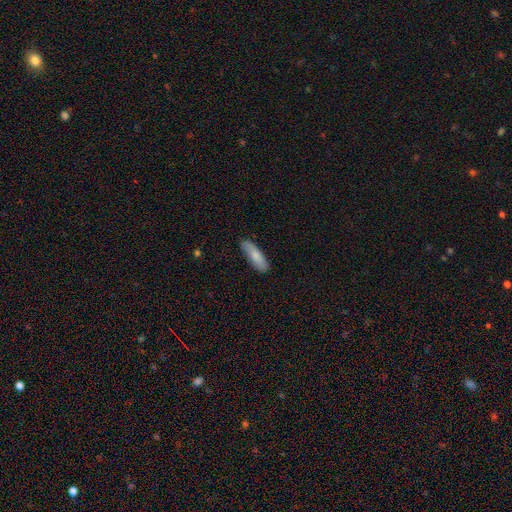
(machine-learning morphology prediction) smooth_or_featured: smooth (p=0.77) [alt: featured or disk p=0.17]
how_rounded: cigar-shaped (p=0.50) [alt: in between p=0.49]
merging: none (p=0.83) [alt: minor disturbance p=0.14]